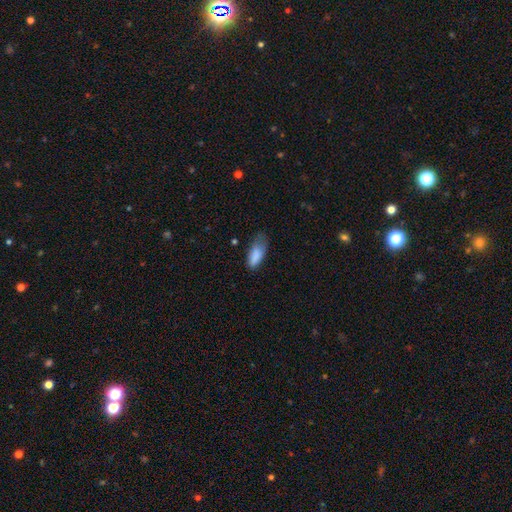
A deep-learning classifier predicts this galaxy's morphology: Q: Smooth or featured?
A: smooth (83%); runner-up: featured or disk (9%)
Q: How rounded?
A: in between (79%); runner-up: cigar-shaped (19%)
Q: Merging?
A: minor disturbance (42%); runner-up: none (34%)